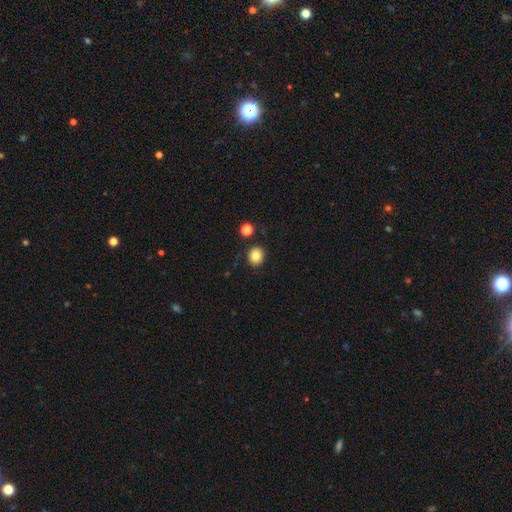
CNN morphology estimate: smooth_or_featured: smooth (p=0.83) [alt: star or artifact p=0.11]
how_rounded: round (p=0.76) [alt: in between p=0.24]
merging: none (p=0.87) [alt: minor disturbance p=0.08]